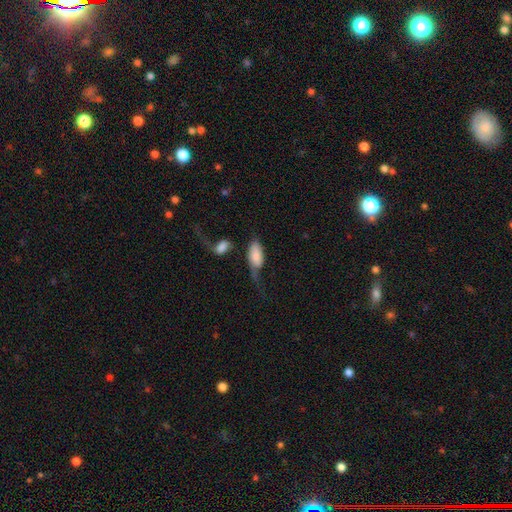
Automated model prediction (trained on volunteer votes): Smooth or featured: smooth — 70% (featured or disk — 23%)
How rounded: in between — 90% (cigar-shaped — 7%)
Merging: major disturbance — 36% (merger — 29%)